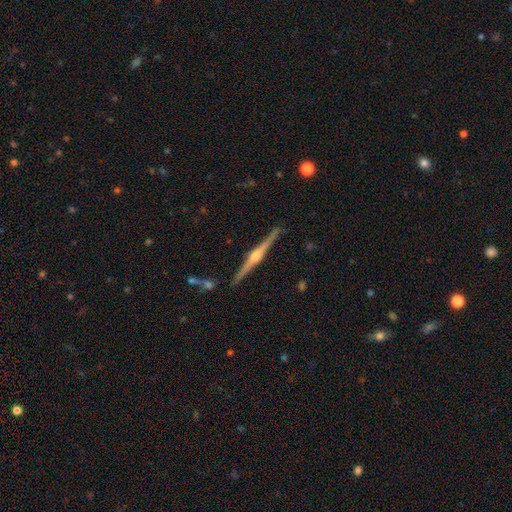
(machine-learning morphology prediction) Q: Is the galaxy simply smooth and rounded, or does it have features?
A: featured or disk — 87%.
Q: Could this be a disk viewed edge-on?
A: yes — 99%.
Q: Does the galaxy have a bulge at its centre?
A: rounded — 89%.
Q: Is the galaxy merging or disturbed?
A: none — 91%.